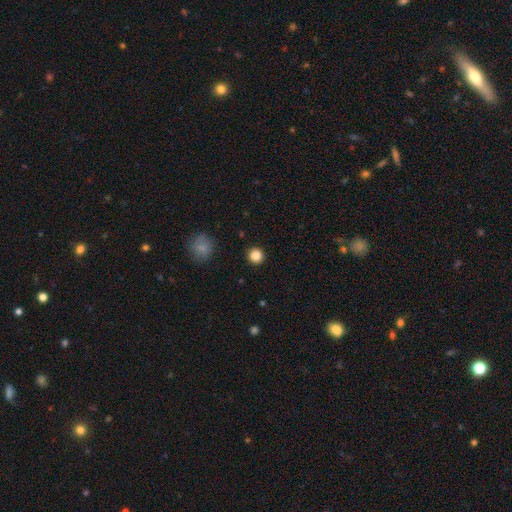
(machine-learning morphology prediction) Smooth or featured?
  - smooth: 86% *
  - star or artifact: 11%
  - featured or disk: 3%
How rounded?
  - round: 94% *
  - in between: 5%
  - cigar-shaped: 1%
Merging?
  - none: 92% *
  - minor disturbance: 5%
  - major disturbance: 2%
  - merger: 1%